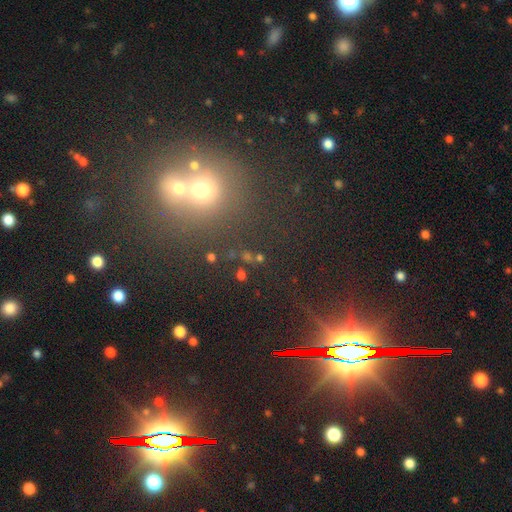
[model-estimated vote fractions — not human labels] star or artifact 45%, smooth 37%, featured or disk 18%.